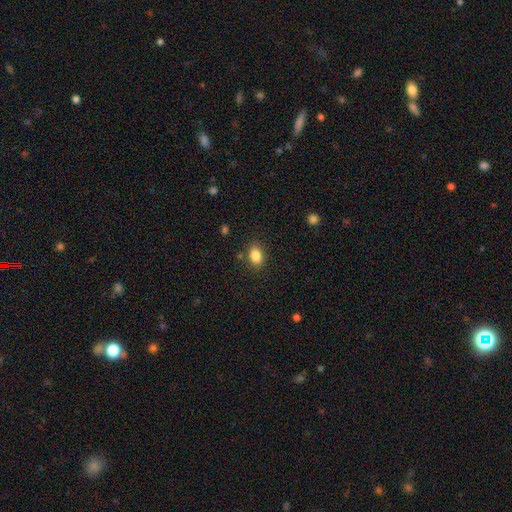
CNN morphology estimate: smooth 86%, star or artifact 9%, featured or disk 5%. Down the decision tree: how rounded — in between (75%); merging — none (83%).